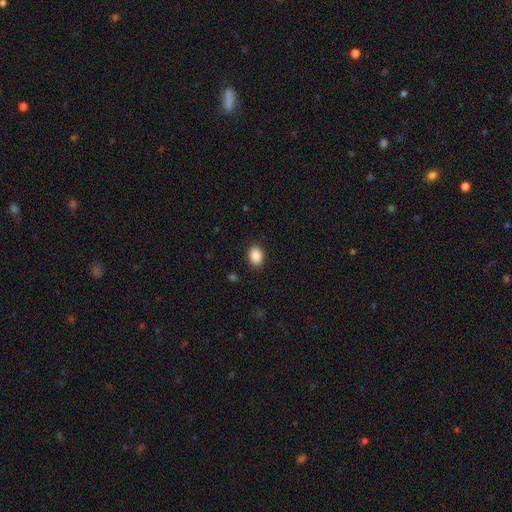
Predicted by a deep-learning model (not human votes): Smooth or featured: smooth — 88% (star or artifact — 8%)
How rounded: in between — 65% (round — 35%)
Merging: none — 89% (minor disturbance — 8%)